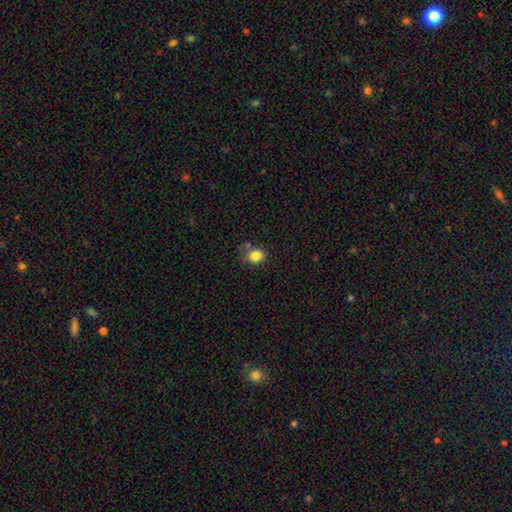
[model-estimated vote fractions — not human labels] This appears to be a smooth galaxy with no disk features (84%) that is round (60%). Merging: none (61%).